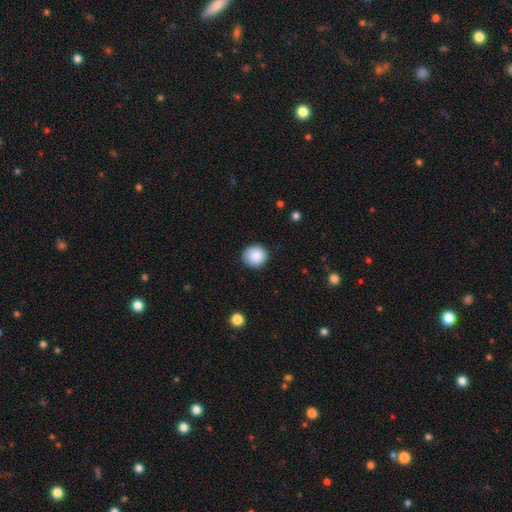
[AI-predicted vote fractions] Q: Smooth or featured?
A: smooth (89%); runner-up: star or artifact (8%)
Q: How rounded?
A: round (88%); runner-up: in between (11%)
Q: Merging?
A: none (88%); runner-up: minor disturbance (9%)